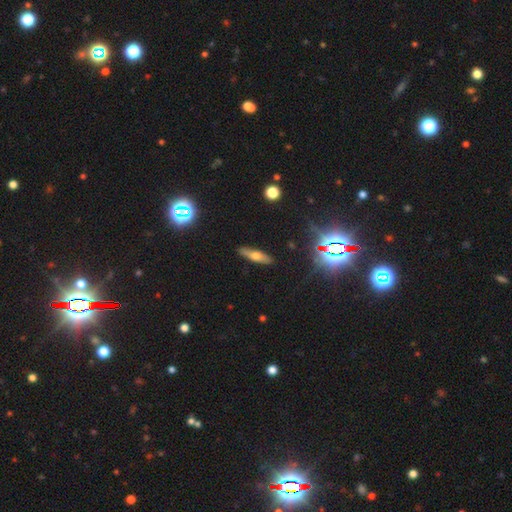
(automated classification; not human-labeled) This appears to be a smooth galaxy with no disk features (54%) that is cigar-shaped (65%). Merging: none (87%).